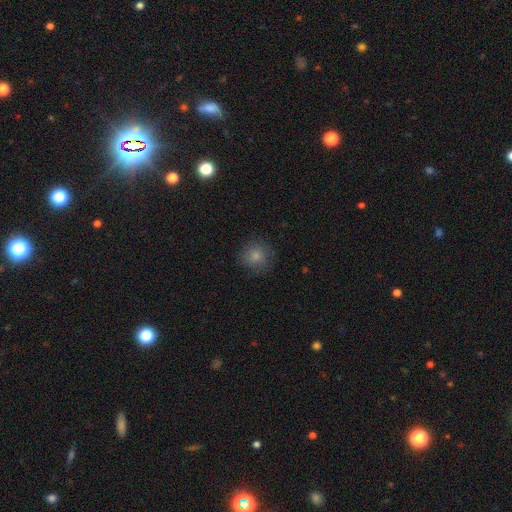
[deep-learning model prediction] Smooth or featured? Predicted: smooth (p=0.82). How rounded? Predicted: round (p=0.91). Merging? Predicted: none (p=0.83).